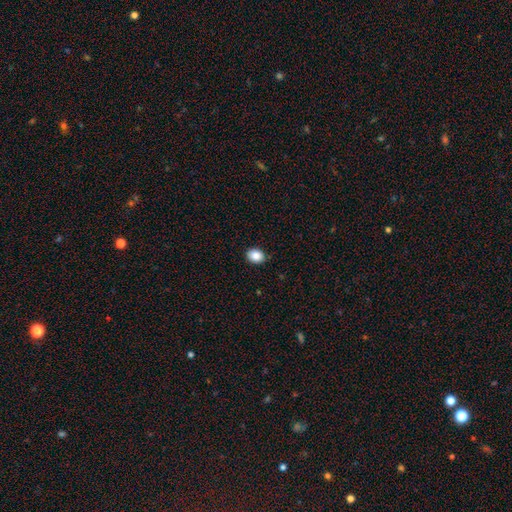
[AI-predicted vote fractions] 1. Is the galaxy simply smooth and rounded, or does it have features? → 88% smooth, 8% star or artifact, 4% featured or disk.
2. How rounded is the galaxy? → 60% in between, 39% round, 1% cigar-shaped.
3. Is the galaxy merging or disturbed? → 87% none, 10% minor disturbance, 2% major disturbance, 1% merger.